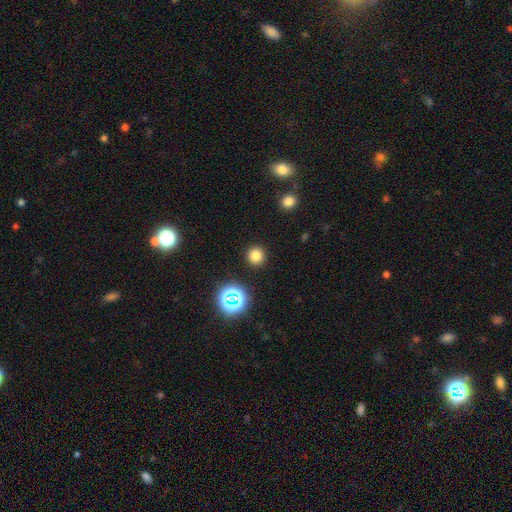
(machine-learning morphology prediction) Smooth or featured? smooth (77%)
How rounded? round (92%)
Merging? none (91%)